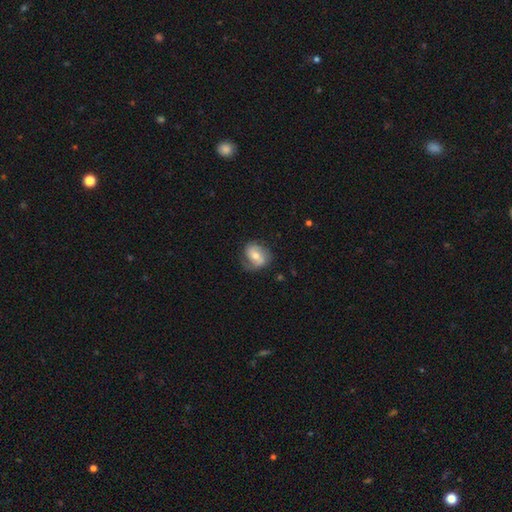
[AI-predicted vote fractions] The model was most divided on "bar": no: 41%, weak: 39%, strong: 20%. More confident: edge-on disk — no (96%); spiral arms — yes (81%); bulge size — moderate (63%); merging — none (63%); smooth or featured — featured or disk (58%).